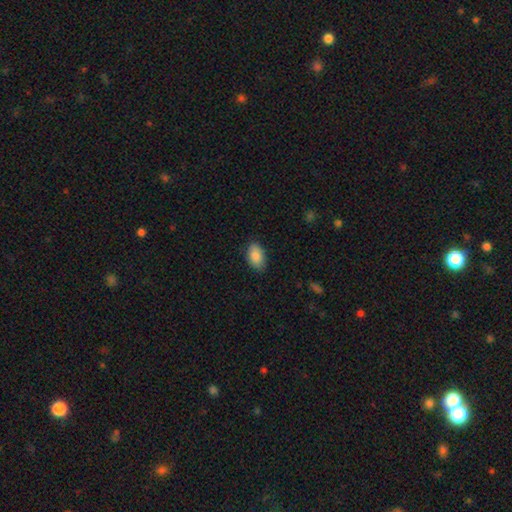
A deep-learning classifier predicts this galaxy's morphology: Smooth or featured? Predicted: smooth (p=0.89). How rounded? Predicted: in between (p=0.92). Merging? Predicted: none (p=0.84).